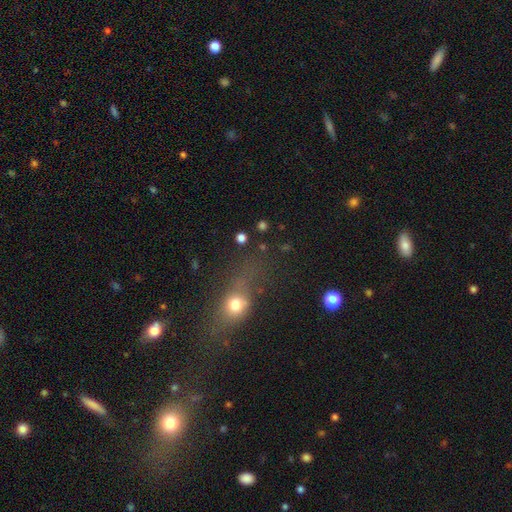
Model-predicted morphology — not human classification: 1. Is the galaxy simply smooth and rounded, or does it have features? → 49% smooth, 32% star or artifact, 19% featured or disk.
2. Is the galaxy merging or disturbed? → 57% none, 17% minor disturbance, 14% major disturbance, 12% merger.